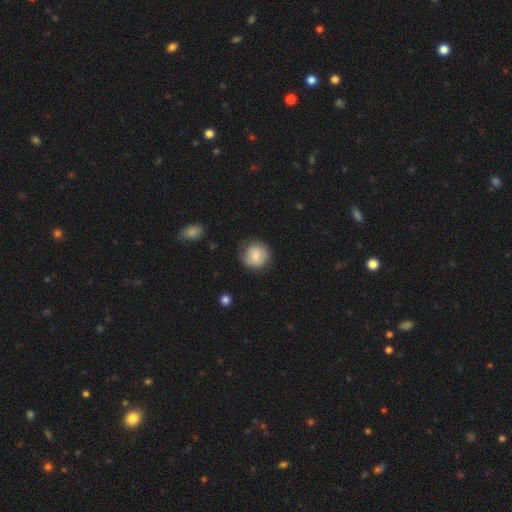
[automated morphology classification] type=smooth (75%); roundness=round (92%); merging=none (77%).